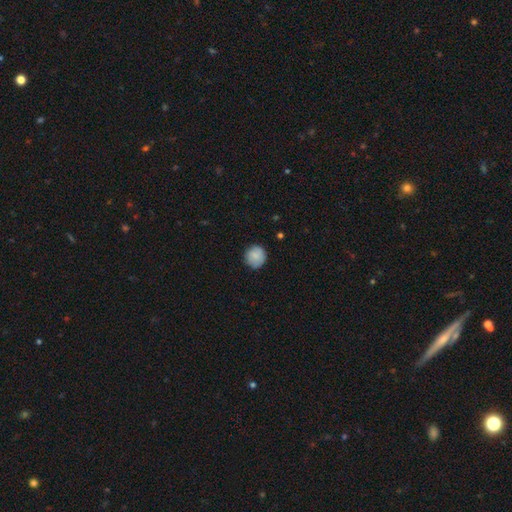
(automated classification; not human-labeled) Morphology: type=smooth (86%); roundness=round (92%); merging=none (85%).